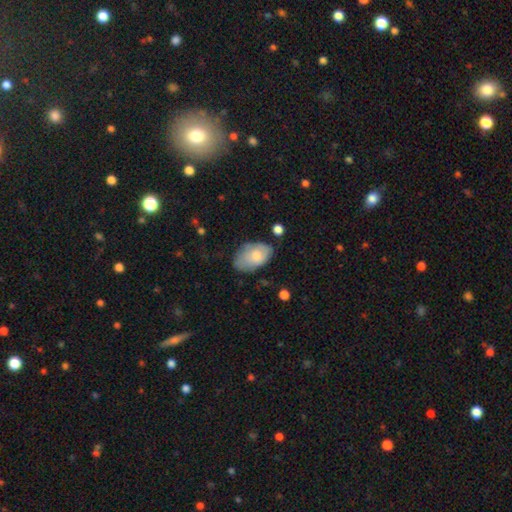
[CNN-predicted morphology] Smooth or featured? Predicted: smooth (p=0.71). How rounded? Predicted: in between (p=0.92). Merging? Predicted: none (p=0.60).